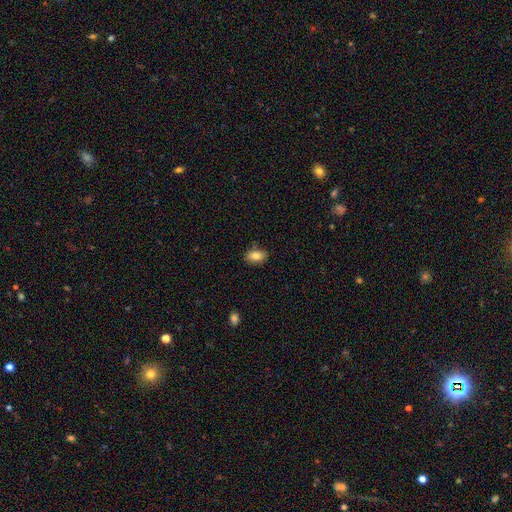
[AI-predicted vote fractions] Overall: smooth (82%). How rounded: in between (87%). Merging: none (81%).